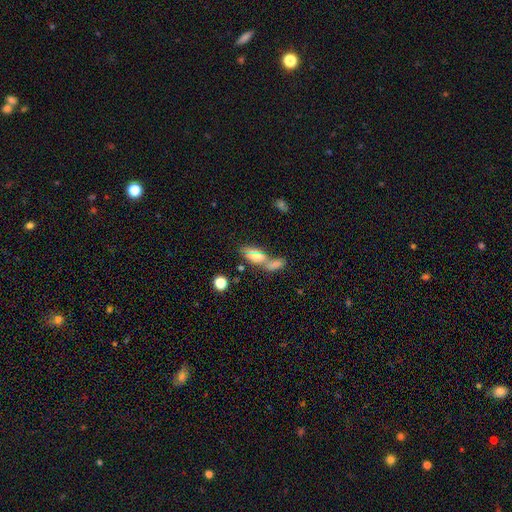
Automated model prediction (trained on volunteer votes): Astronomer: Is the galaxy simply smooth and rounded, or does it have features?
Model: smooth — 60%.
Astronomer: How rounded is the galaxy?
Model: in between — 74%.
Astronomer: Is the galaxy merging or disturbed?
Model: merger — 49% (runner-up: none, 31%).